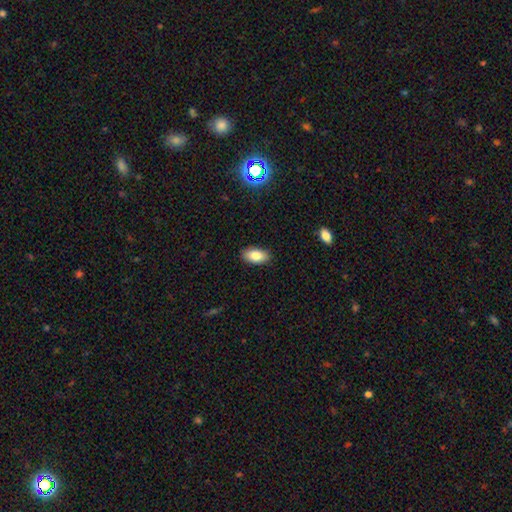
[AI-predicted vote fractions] Smooth or featured? Predicted: smooth (p=0.82). How rounded? Predicted: in between (p=0.92). Merging? Predicted: none (p=0.88).